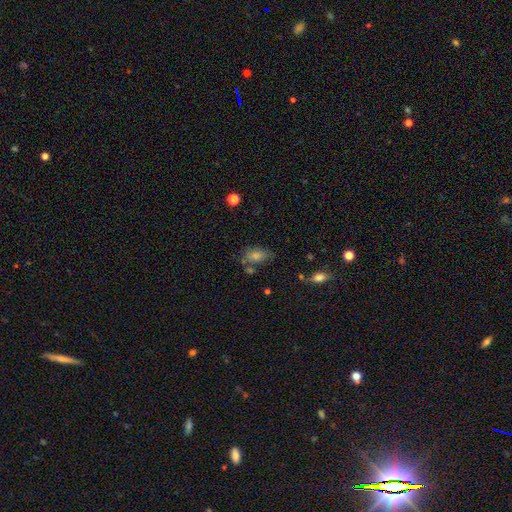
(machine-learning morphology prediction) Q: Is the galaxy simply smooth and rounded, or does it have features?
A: smooth — 65%.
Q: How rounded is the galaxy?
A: in between — 83%.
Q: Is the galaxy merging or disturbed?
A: none — 63%.